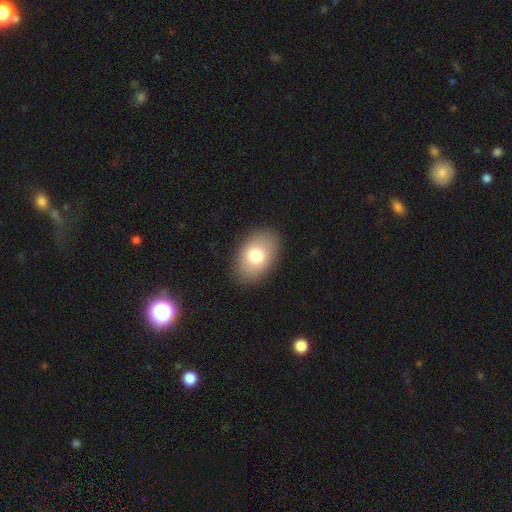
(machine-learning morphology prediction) Smooth or featured: smooth — 78% (featured or disk — 15%)
How rounded: in between — 87% (round — 11%)
Merging: none — 88% (minor disturbance — 9%)